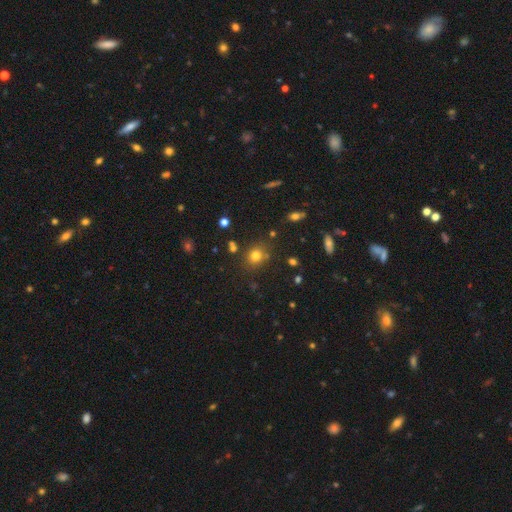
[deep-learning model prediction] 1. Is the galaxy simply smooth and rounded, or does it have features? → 76% smooth, 17% star or artifact, 7% featured or disk.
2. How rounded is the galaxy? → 73% round, 26% in between, 1% cigar-shaped.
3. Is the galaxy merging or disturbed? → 78% none, 12% minor disturbance, 6% merger, 4% major disturbance.